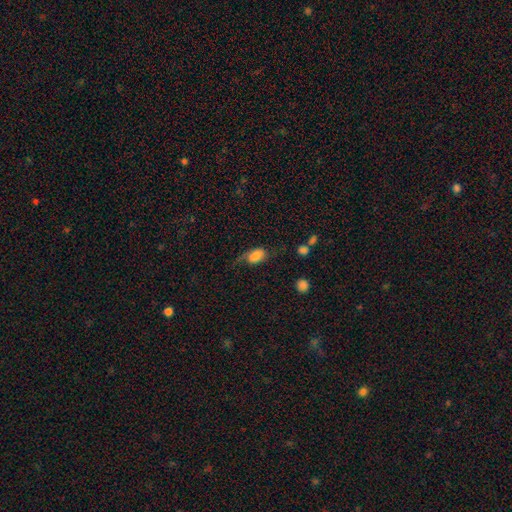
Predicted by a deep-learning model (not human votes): Smooth or featured: smooth — 73% (featured or disk — 18%)
How rounded: in between — 87% (round — 11%)
Merging: none — 38% (minor disturbance — 29%)